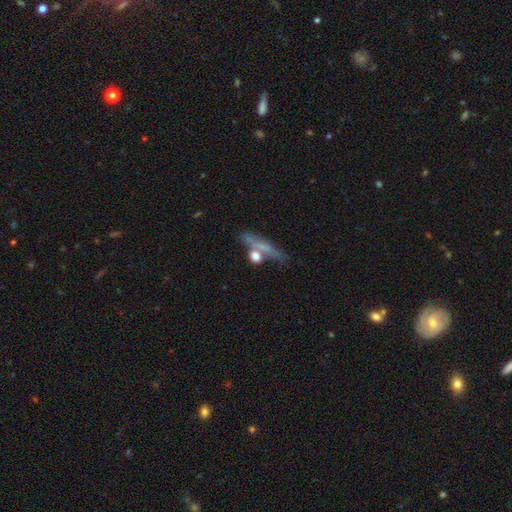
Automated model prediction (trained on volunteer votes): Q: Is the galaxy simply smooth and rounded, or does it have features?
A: smooth — 61%.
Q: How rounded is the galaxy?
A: cigar-shaped — 39%.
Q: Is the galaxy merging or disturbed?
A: none — 46%.